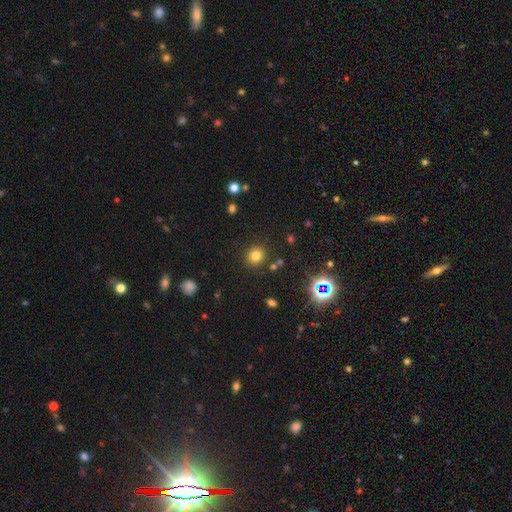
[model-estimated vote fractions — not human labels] Smooth or featured? smooth (76%)
How rounded? round (88%)
Merging? none (88%)